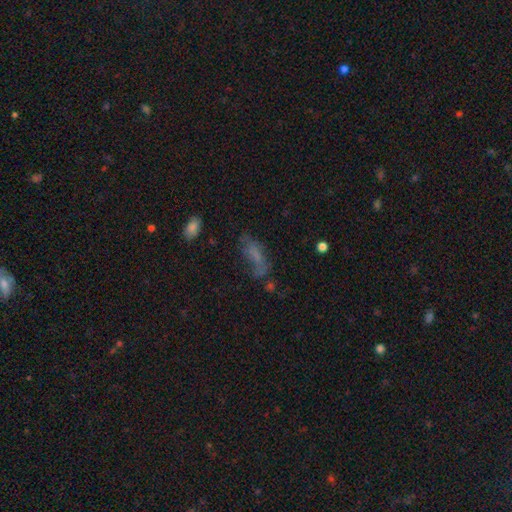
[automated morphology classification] smooth_or_featured: smooth (p=0.53) [alt: featured or disk p=0.28]
how_rounded: in between (p=0.65) [alt: cigar-shaped p=0.31]
merging: none (p=0.42) [alt: major disturbance p=0.25]